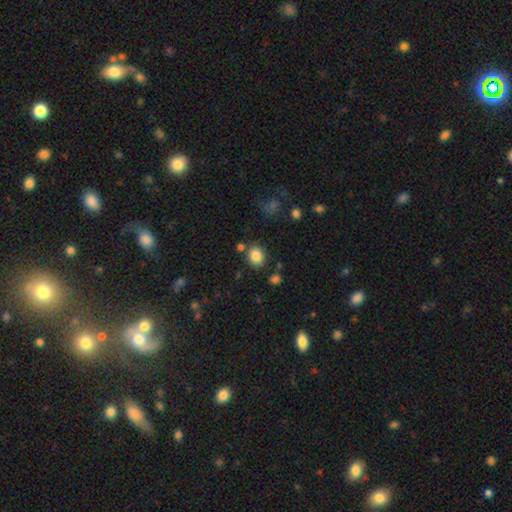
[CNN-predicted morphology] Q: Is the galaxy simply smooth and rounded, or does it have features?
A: smooth — 85%.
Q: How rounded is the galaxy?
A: round — 55%.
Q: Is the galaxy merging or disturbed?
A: none — 79%.